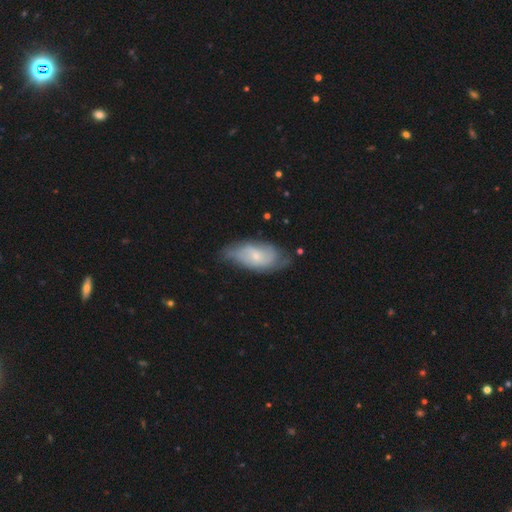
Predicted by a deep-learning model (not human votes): A featured or disk galaxy (57%) with no bar (58%), spiral arms (81%) and a small central bulge (67%). Merging: none (63%).